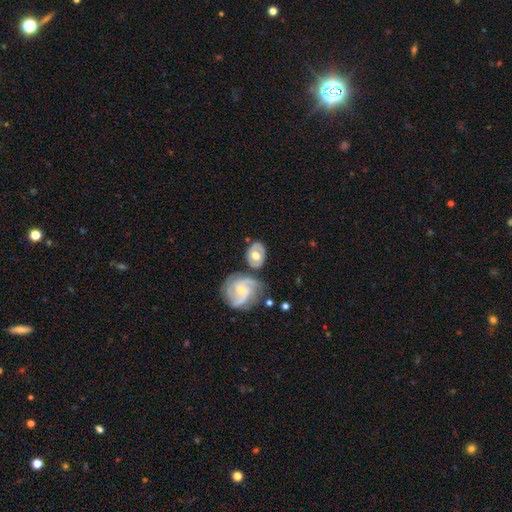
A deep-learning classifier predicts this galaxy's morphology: This appears to be a featured or disk galaxy (55%) with no bar (69%), spiral arms (69%) and a moderate central bulge (63%). Merging: none (57%).